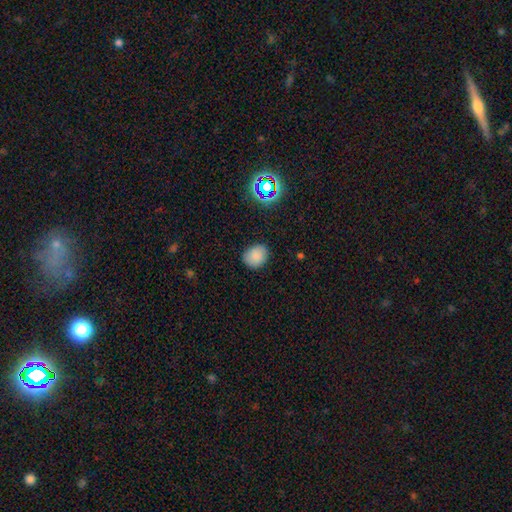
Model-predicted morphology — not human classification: Smooth or featured? smooth (83%)
How rounded? round (57%)
Merging? none (84%)